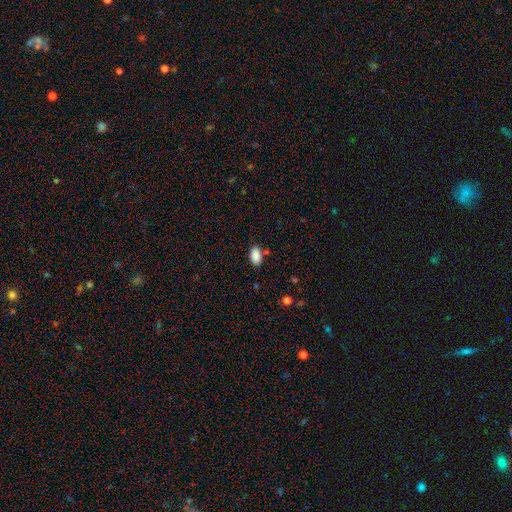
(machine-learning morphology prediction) The model was most divided on "merging": none: 80%, minor disturbance: 12%, merger: 5%, major disturbance: 3%. More confident: how rounded — in between (93%); smooth or featured — smooth (89%).